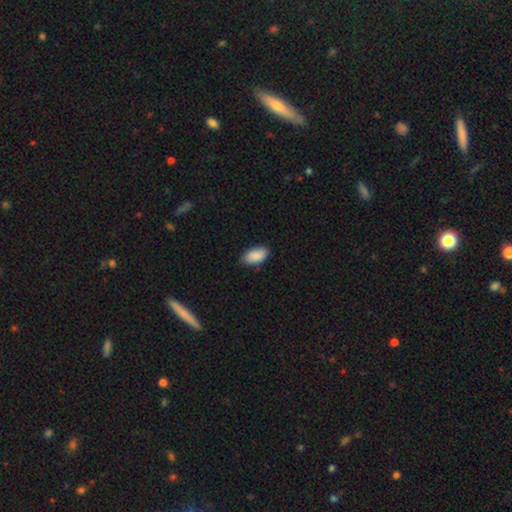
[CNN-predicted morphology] smooth_or_featured: smooth (p=0.89) [alt: star or artifact p=0.06]
how_rounded: in between (p=0.95) [alt: round p=0.03]
merging: none (p=0.83) [alt: minor disturbance p=0.13]